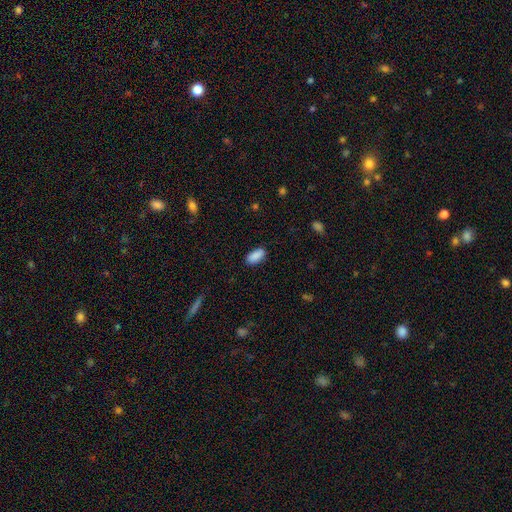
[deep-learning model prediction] smooth-or-featured: smooth: 90% | star or artifact: 7% | featured or disk: 3%
  how-rounded: in between: 89% | cigar-shaped: 9% | round: 2%
  merging: none: 87% | minor disturbance: 10% | major disturbance: 2% | merger: 1%